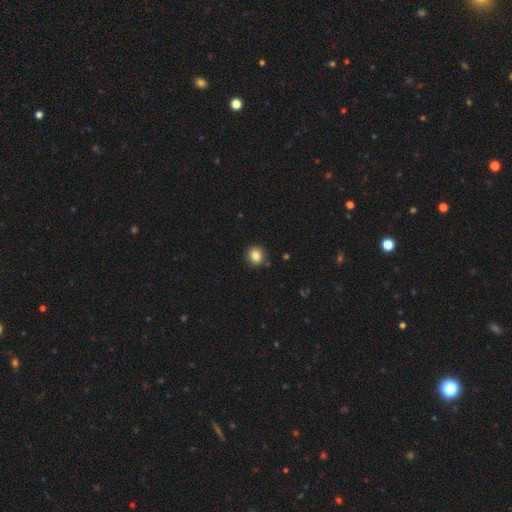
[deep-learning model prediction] Smooth or featured? smooth (85%)
How rounded? round (83%)
Merging? none (89%)